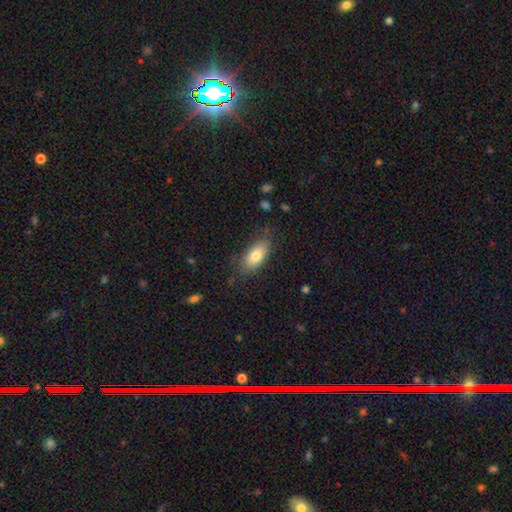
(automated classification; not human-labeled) Smooth or featured: smooth — 78% (featured or disk — 15%)
How rounded: in between — 88% (cigar-shaped — 9%)
Merging: none — 77% (minor disturbance — 17%)